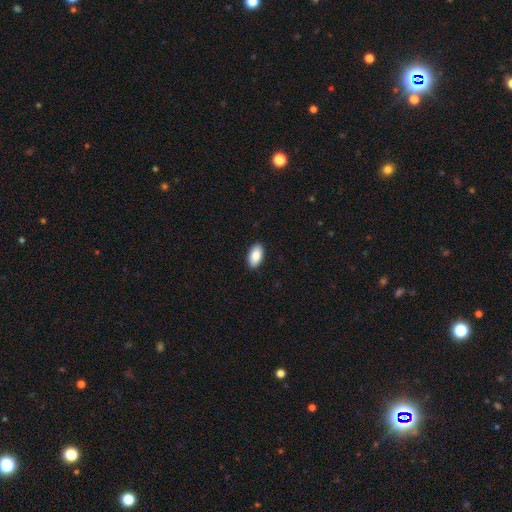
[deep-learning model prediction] A smooth galaxy with no disk features (87%) that is in between round and cigar-shaped (95%).

Vote fractions:
- Smooth or featured? smooth: 87% / star or artifact: 7% / featured or disk: 6%
- How rounded? in between: 95% / round: 3% / cigar-shaped: 2%
- Merging? none: 90% / minor disturbance: 7% / major disturbance: 2% / merger: 1%